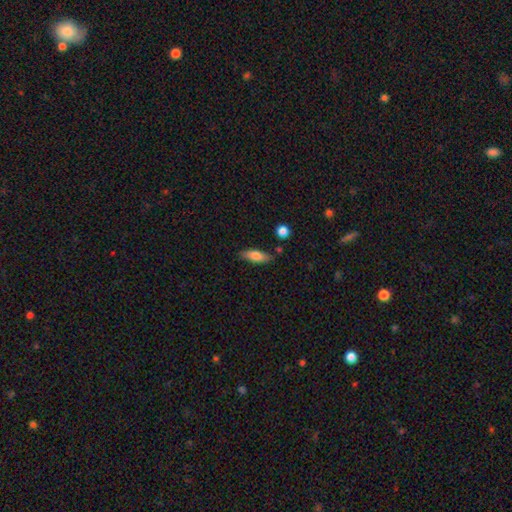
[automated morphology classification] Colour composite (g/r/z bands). It shows a smooth galaxy with no disk features (76%) that is in between round and cigar-shaped (61%). Merging: none (80%).